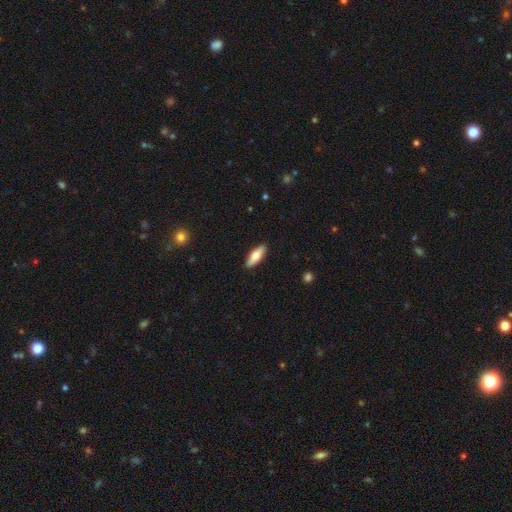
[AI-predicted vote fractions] A smooth galaxy with no disk features (67%) that is in between round and cigar-shaped (56%). Merging: none (90%).